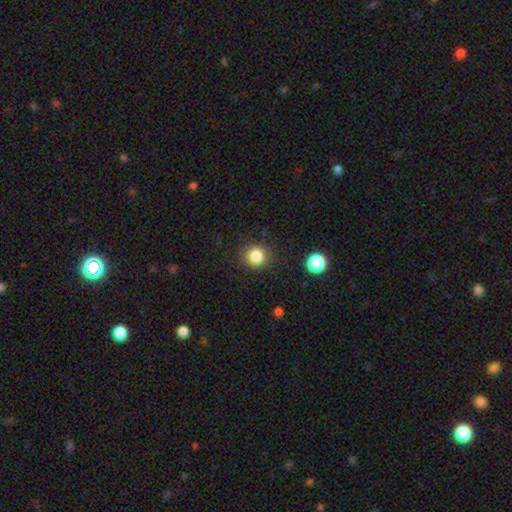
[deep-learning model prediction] A smooth galaxy with no disk features (84%) that is round (88%). Merging: none (87%).